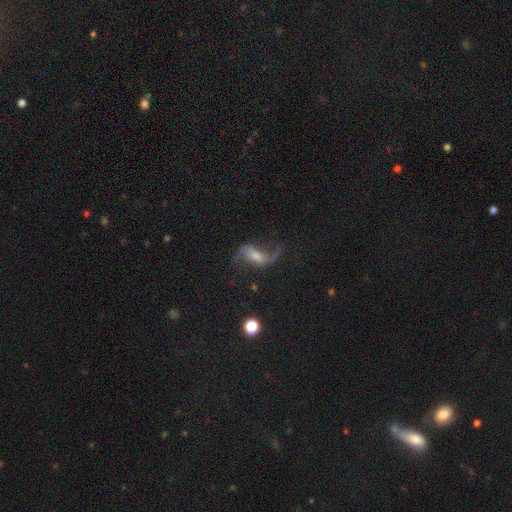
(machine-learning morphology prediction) smooth-or-featured: featured or disk: 82% | star or artifact: 9% | smooth: 9%
  disk-edge-on: no: 95% | yes: 5%
    bar: weak: 39% | no: 35% | strong: 26%
    has-spiral-arms: yes: 95% | no: 5%
      spiral-winding: loose: 80% | medium: 16% | tight: 4%
      spiral-arm-count: 2: 90% | 1: 5% | can't tell: 3% | 3: 1% | 4: 1% | more than 4: 1%
    bulge-size: moderate: 47% | small: 42% | large: 5% | none: 5% | dominant: 2%
  merging: none: 67% | minor disturbance: 16% | major disturbance: 15% | merger: 2%